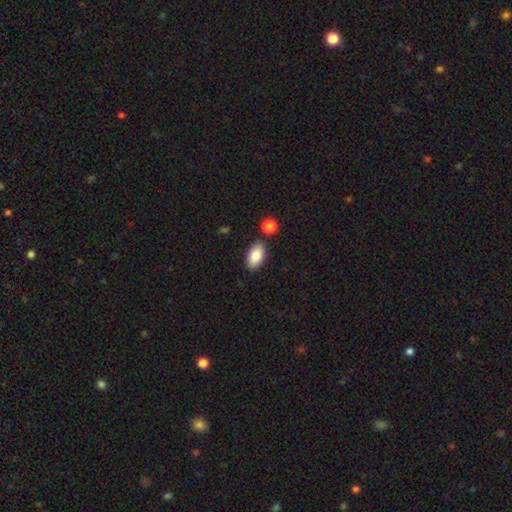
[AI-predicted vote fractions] Smooth or featured? smooth (86%)
How rounded? in between (94%)
Merging? none (82%)